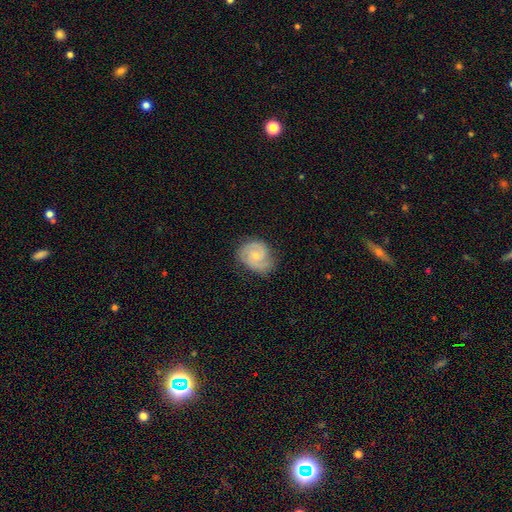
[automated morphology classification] Smooth or featured: featured or disk — 77% (smooth — 17%)
Edge-on disk: no — 98% (yes — 2%)
Bar: no — 70% (weak — 27%)
Spiral arms: yes — 95% (no — 5%)
Spiral winding: tight — 56% (medium — 36%)
Spiral arm count: 2 — 69% (3 — 12%)
Bulge size: small — 61% (moderate — 34%)
Merging: none — 73% (minor disturbance — 20%)